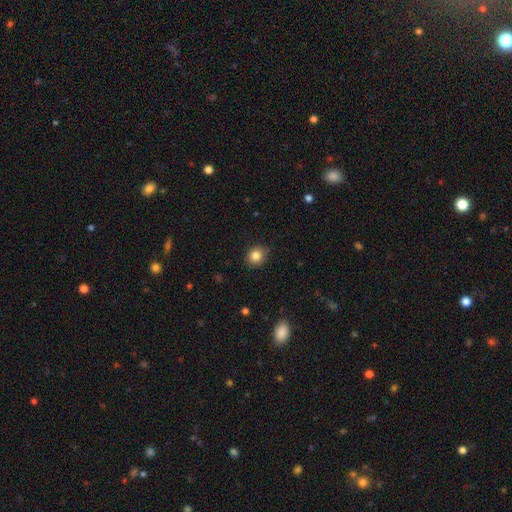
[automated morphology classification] A smooth galaxy with no disk features (84%) that is round (79%).

Vote fractions:
- Smooth or featured? smooth: 84% / star or artifact: 10% / featured or disk: 6%
- How rounded? round: 79% / in between: 20% / cigar-shaped: 1%
- Merging? none: 87% / minor disturbance: 10% / major disturbance: 2% / merger: 1%